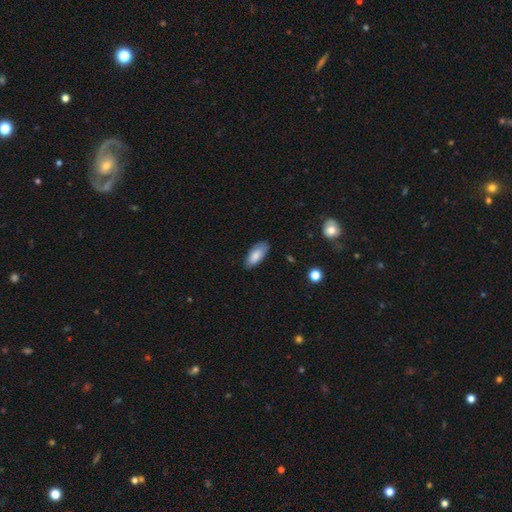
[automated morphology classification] Overall: smooth (84%). How rounded: in between (87%). Merging: none (77%).